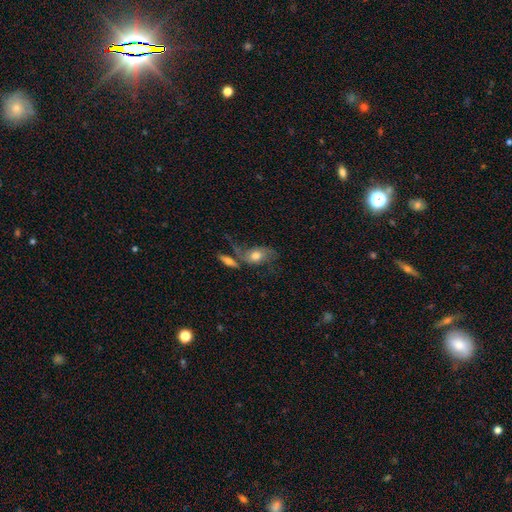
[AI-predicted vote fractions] Smooth or featured: featured or disk — 48% (smooth — 43%)
Merging: none — 36% (merger — 27%)